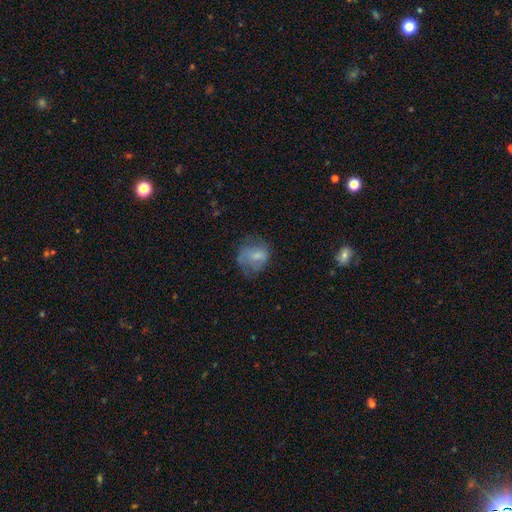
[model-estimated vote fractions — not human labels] This is possibly a smooth galaxy (60%). How rounded: possibly round (57%). Merging: possibly none (49%).